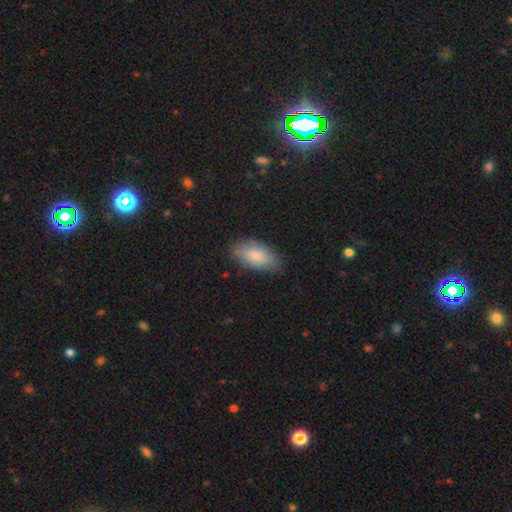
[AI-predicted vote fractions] Smooth or featured? Predicted: smooth (p=0.83). How rounded? Predicted: in between (p=0.91). Merging? Predicted: none (p=0.79).